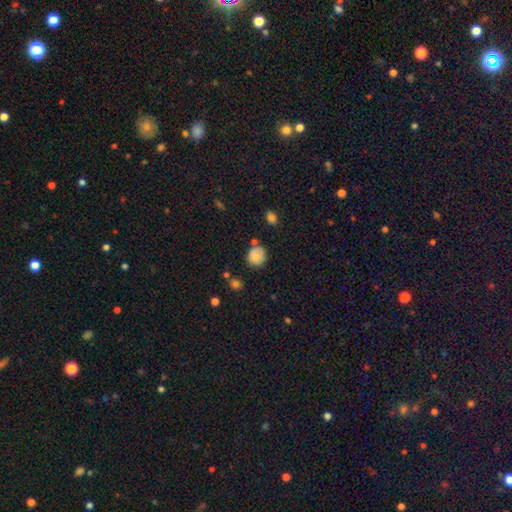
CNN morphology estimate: Overall: smooth (80%). How rounded: round (82%). Merging: none (68%).